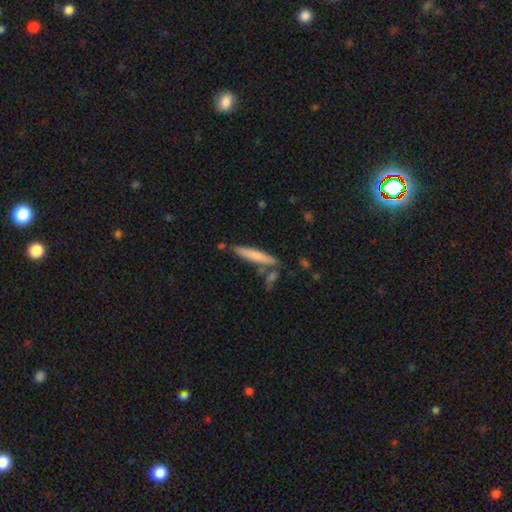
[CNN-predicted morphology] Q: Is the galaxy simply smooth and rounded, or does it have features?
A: smooth — 71%.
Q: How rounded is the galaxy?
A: cigar-shaped — 91%.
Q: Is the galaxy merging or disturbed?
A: none — 76%.